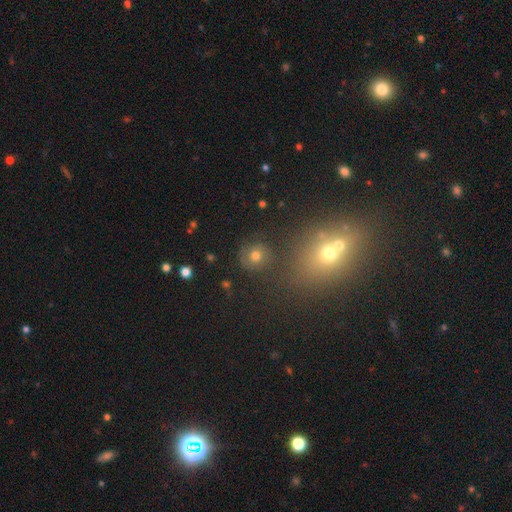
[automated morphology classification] Overall: smooth (63%; star or artifact 23%). How rounded: round (87%). Merging: none (78%).